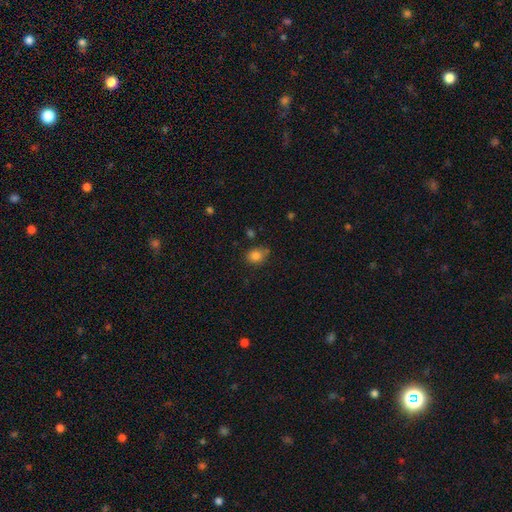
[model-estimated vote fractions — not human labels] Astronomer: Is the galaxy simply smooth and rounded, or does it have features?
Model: smooth — 82%.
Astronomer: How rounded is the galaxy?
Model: round — 55% (runner-up: in between, 44%).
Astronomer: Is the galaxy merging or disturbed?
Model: none — 63%.